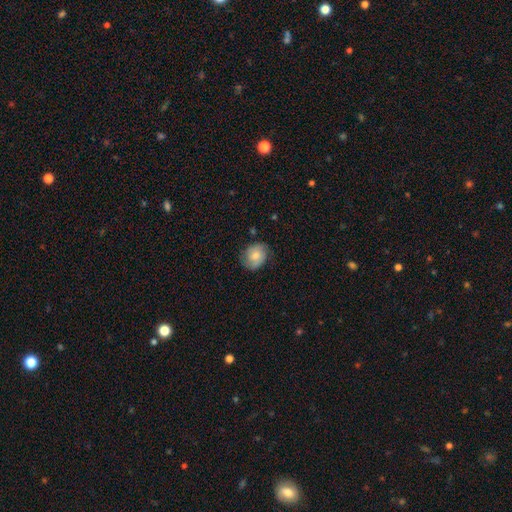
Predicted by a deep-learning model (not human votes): This appears to be a smooth galaxy with no disk features (62%) that is round (58%). Merging: none (74%).